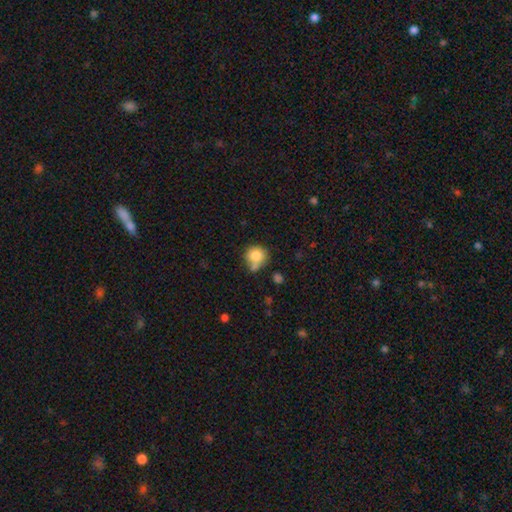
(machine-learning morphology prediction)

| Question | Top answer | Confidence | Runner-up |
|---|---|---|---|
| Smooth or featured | smooth | 82% | star or artifact (9%) |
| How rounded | round | 84% | in between (15%) |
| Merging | none | 52% | merger (25%) |